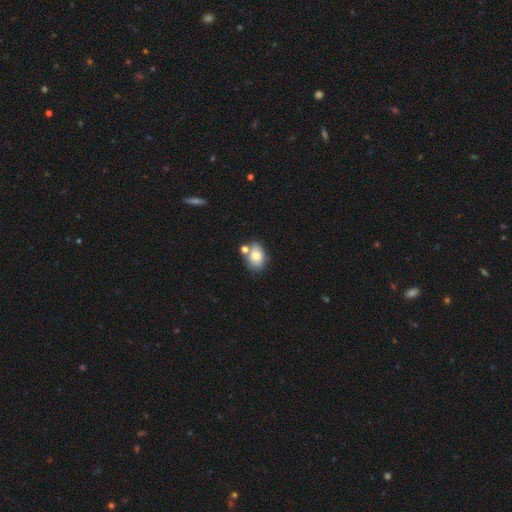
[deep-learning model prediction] A smooth galaxy with no disk features (75%) that is in between round and cigar-shaped (64%). Merging: none (56%).